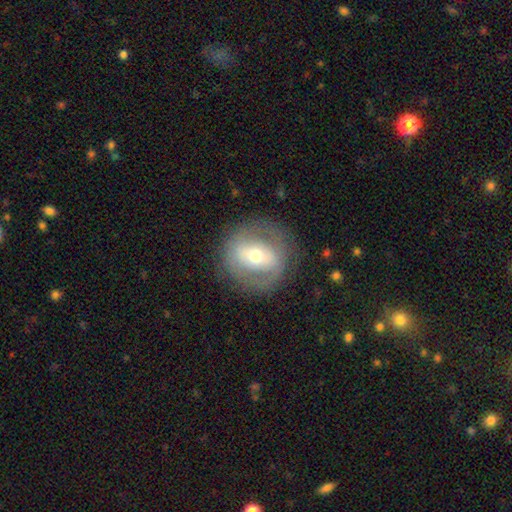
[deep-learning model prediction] Smooth or featured? featured or disk (55%)
Edge-on disk? no (93%)
Bar? strong (37%)
Spiral arms? no (67%)
Bulge size? moderate (63%)
Merging? none (78%)